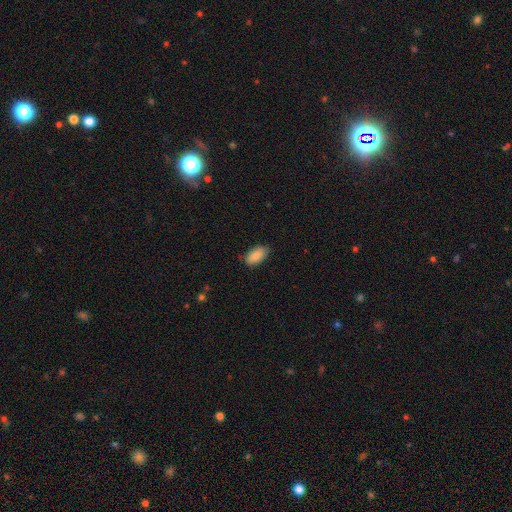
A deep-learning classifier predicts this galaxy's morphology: type=smooth (88%); roundness=in between (94%); merging=none (80%).